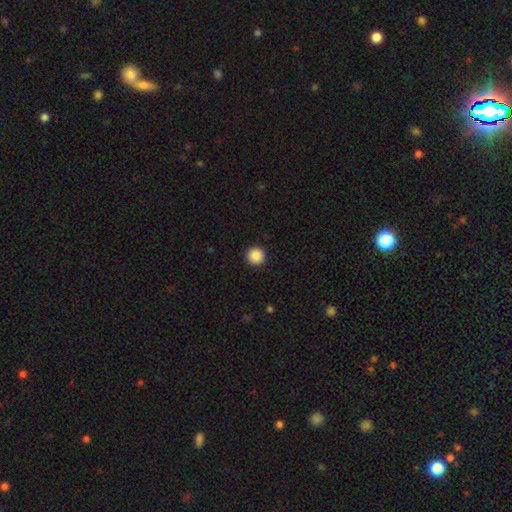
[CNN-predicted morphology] Smooth or featured: smooth — 89% (star or artifact — 9%)
How rounded: round — 96% (in between — 3%)
Merging: none — 93% (minor disturbance — 4%)